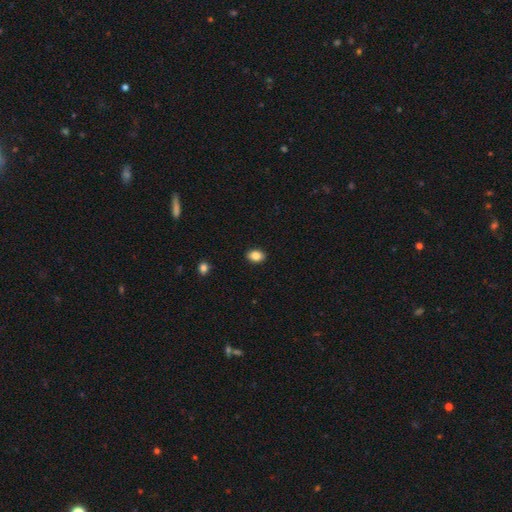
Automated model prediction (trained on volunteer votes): Smooth or featured? Predicted: smooth (p=0.85). How rounded? Predicted: in between (p=0.76). Merging? Predicted: none (p=0.90).